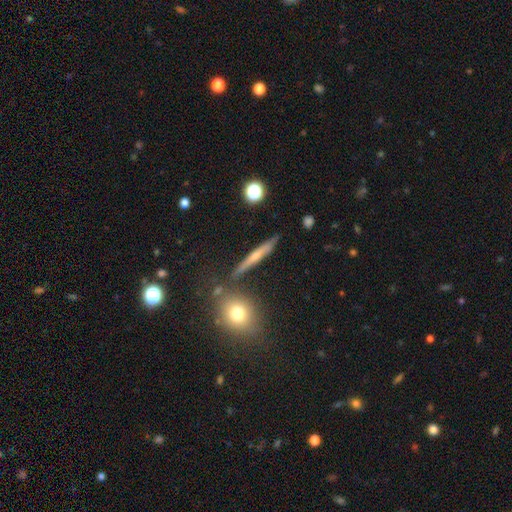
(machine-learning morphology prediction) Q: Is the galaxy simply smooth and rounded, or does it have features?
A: featured or disk — 47%.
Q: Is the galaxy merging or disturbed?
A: none — 82%.